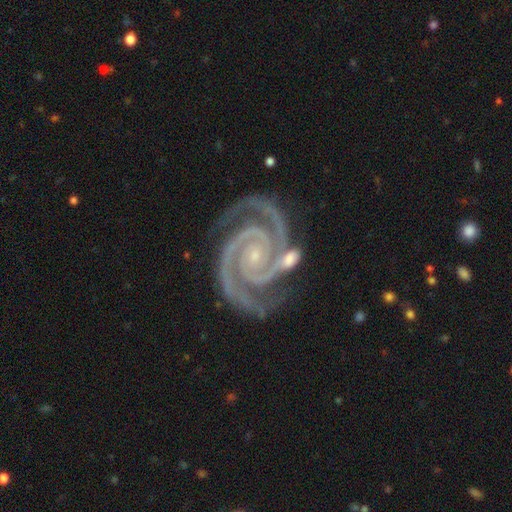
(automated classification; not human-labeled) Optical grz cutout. It shows a featured or disk galaxy (94%) with no bar (64%), 2 (89%) tight (75%) spiral arms (99%) and a small central bulge (84%). Merging: none (71%).